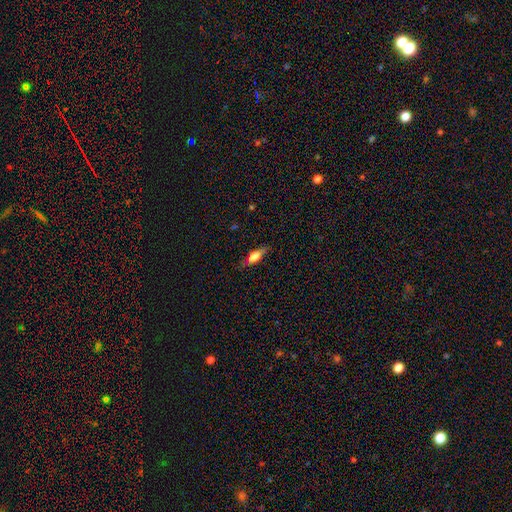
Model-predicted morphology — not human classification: The model was most divided on "how rounded": in between: 58%, cigar-shaped: 38%, round: 4%. More confident: merging — none (72%); smooth or featured — smooth (58%).